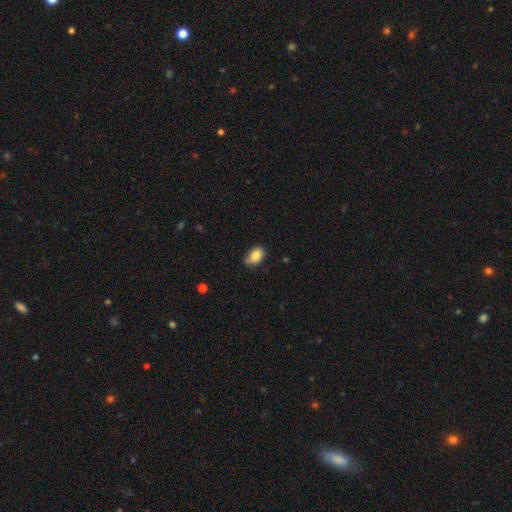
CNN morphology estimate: smooth 84%, star or artifact 8%, featured or disk 7%. Down the decision tree: how rounded — in between (85%); merging — none (60%).